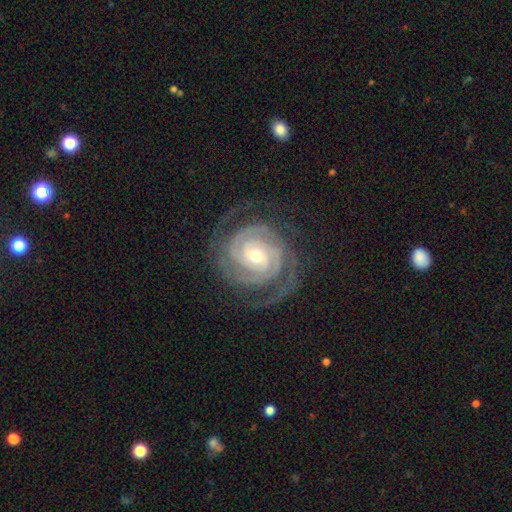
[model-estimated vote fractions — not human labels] The model was most divided on "bulge size": moderate: 52%, small: 44%, large: 3%, none: 1%, dominant: 1%. Remaining: spiral arms — yes (99%); edge-on disk — no (98%); smooth or featured — featured or disk (93%); spiral winding — tight (78%); merging — none (76%); bar — no (54%); spiral arm count — 2 (46%).